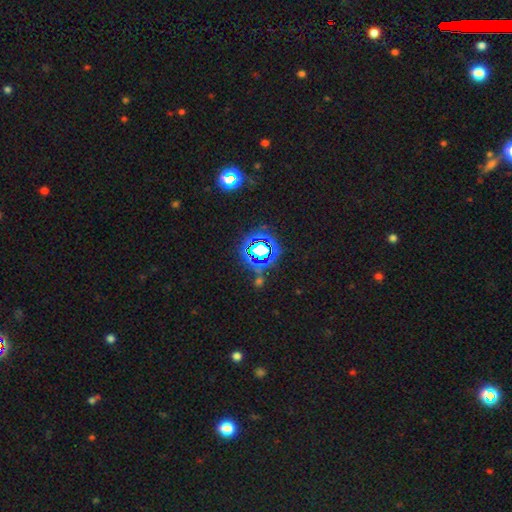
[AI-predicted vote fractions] Smooth or featured: star or artifact — 77% (smooth — 15%)